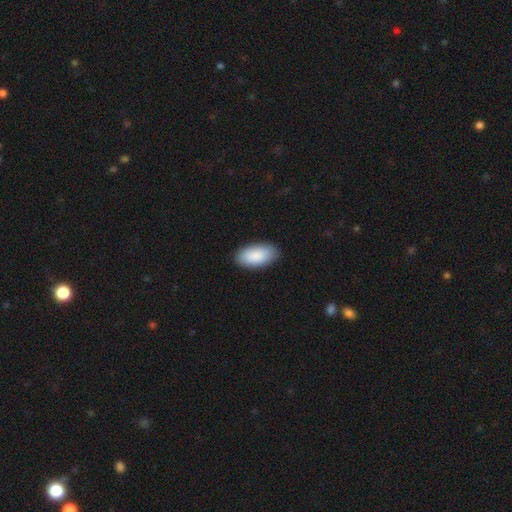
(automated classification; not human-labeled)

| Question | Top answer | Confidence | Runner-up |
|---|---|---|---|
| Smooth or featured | smooth | 89% | star or artifact (5%) |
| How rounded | in between | 95% | cigar-shaped (3%) |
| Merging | none | 87% | minor disturbance (10%) |